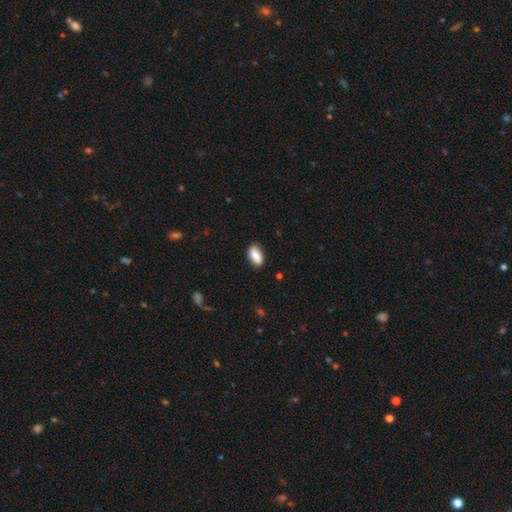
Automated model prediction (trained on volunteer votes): Smooth or featured? Predicted: smooth (p=0.84). How rounded? Predicted: in between (p=0.88). Merging? Predicted: none (p=0.81).